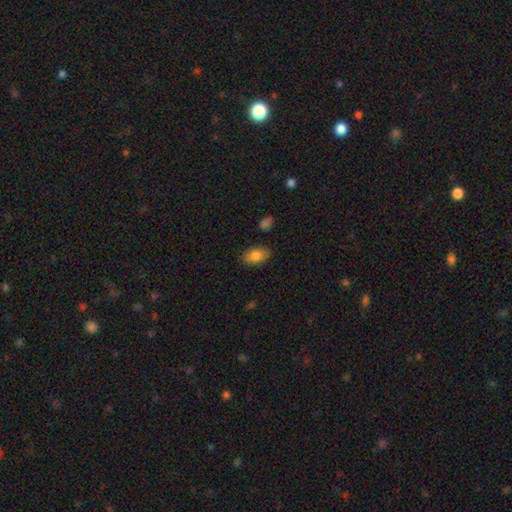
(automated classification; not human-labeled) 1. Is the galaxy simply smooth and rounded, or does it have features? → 83% smooth, 9% featured or disk, 8% star or artifact.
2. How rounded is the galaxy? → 91% in between, 7% round, 2% cigar-shaped.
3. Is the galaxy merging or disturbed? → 84% none, 11% minor disturbance, 3% major disturbance, 2% merger.